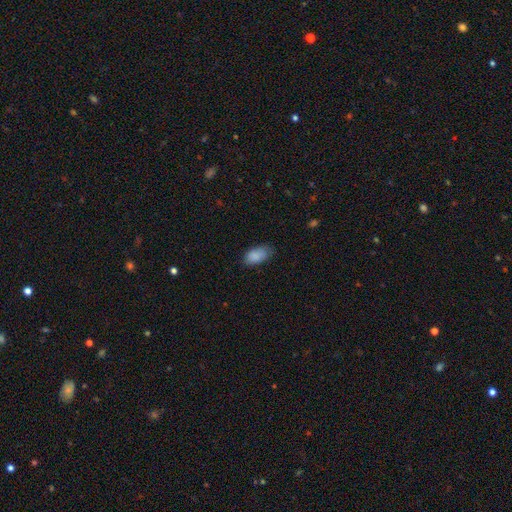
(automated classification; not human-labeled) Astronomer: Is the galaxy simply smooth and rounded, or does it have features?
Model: smooth — 88%.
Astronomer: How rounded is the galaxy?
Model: in between — 93%.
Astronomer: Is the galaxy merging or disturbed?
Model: none — 73%.